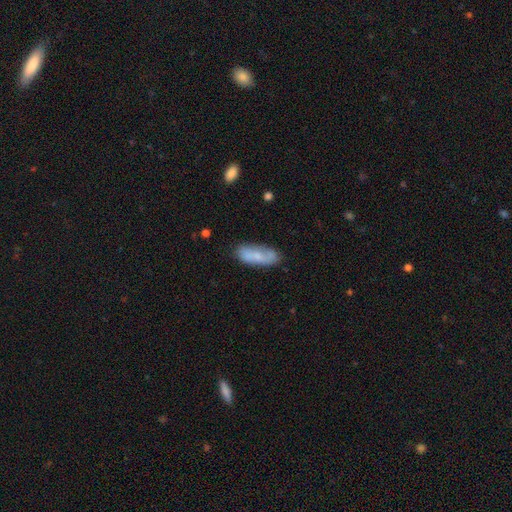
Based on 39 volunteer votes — Smooth or featured?
  - smooth: 49% *
  - featured or disk: 46%
  - star or artifact: 5%
How rounded?
  - in between: 74% *
  - cigar-shaped: 26%
  - round: 0%
Merging?
  - none: 68% *
  - minor disturbance: 16%
  - major disturbance: 8%
  - merger: 8%